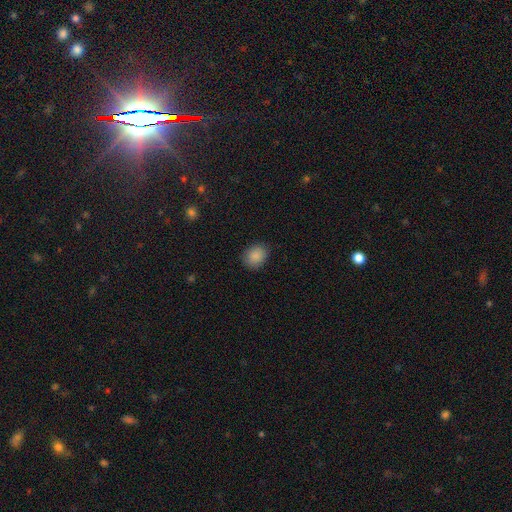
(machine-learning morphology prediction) This is clearly a smooth galaxy (88%). How rounded: possibly in between (50%). Merging: clearly none (84%).